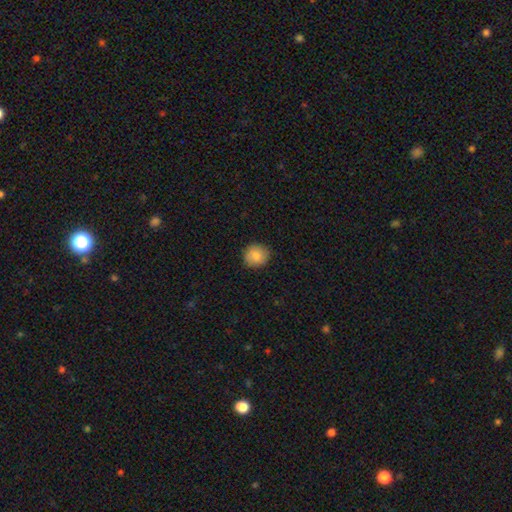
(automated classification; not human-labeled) Q: Smooth or featured?
A: smooth (85%); runner-up: star or artifact (8%)
Q: How rounded?
A: round (88%); runner-up: in between (11%)
Q: Merging?
A: none (89%); runner-up: minor disturbance (9%)